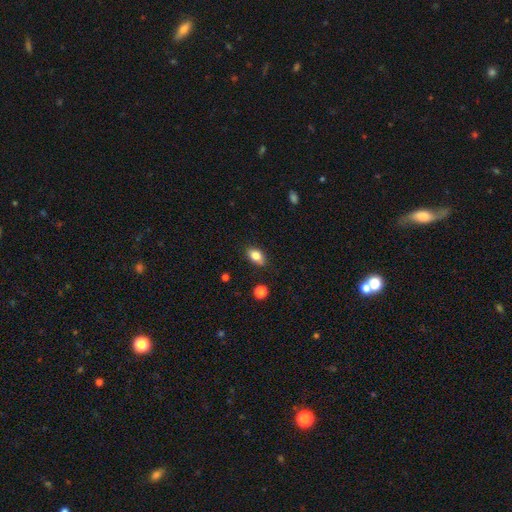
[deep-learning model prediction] smooth_or_featured: smooth (p=0.83) [alt: featured or disk p=0.09]
how_rounded: in between (p=0.88) [alt: round p=0.09]
merging: none (p=0.83) [alt: minor disturbance p=0.13]